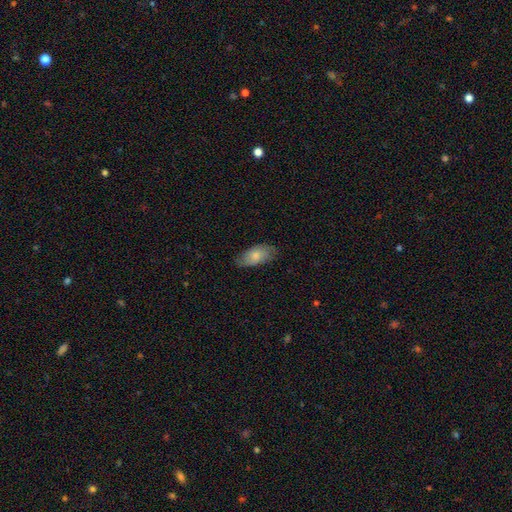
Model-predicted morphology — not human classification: Q: Smooth or featured?
A: smooth (68%); runner-up: featured or disk (26%)
Q: How rounded?
A: in between (91%); runner-up: cigar-shaped (5%)
Q: Merging?
A: none (72%); runner-up: minor disturbance (22%)